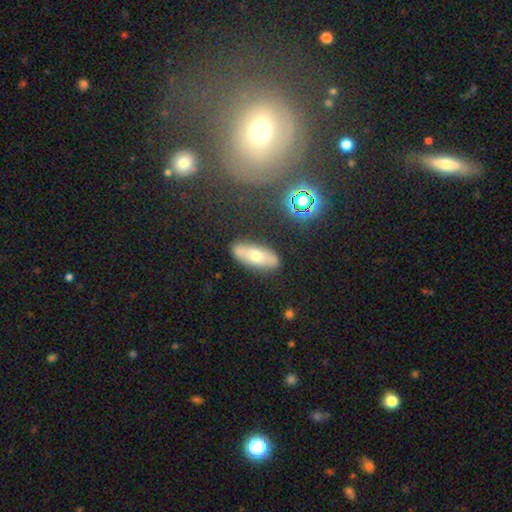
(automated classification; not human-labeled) This is possibly a smooth galaxy (55%). How rounded: likely in between (69%). Merging: clearly none (82%).